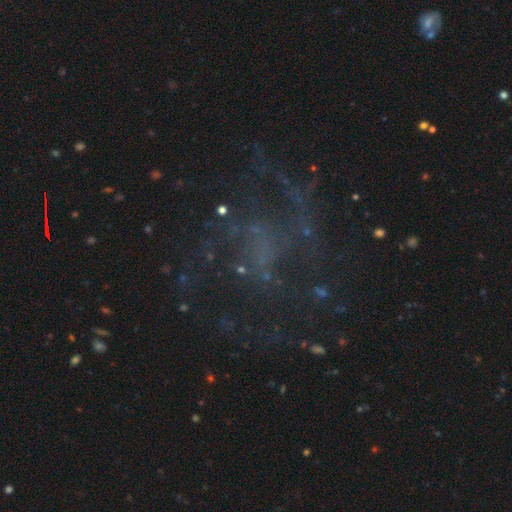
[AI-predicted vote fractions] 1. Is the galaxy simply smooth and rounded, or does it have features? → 63% featured or disk, 26% star or artifact, 12% smooth.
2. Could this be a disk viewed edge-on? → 97% no, 3% yes.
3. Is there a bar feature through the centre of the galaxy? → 71% no, 22% weak, 6% strong.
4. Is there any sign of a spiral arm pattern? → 63% yes, 37% no.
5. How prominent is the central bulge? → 66% none, 23% small, 8% moderate, 2% large, 1% dominant.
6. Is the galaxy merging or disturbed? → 56% none, 27% major disturbance, 14% minor disturbance, 3% merger.